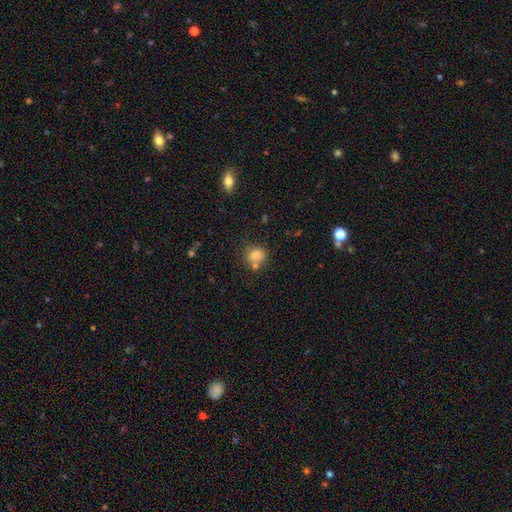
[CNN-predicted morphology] The model was most divided on "merging": none: 59%, merger: 22%, minor disturbance: 14%, major disturbance: 5%. More confident: smooth or featured — smooth (79%); how rounded — round (71%).